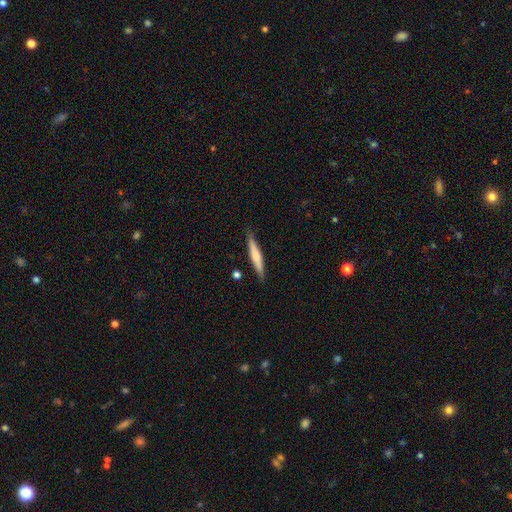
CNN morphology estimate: Smooth or featured? smooth (61%)
How rounded? cigar-shaped (93%)
Merging? none (86%)